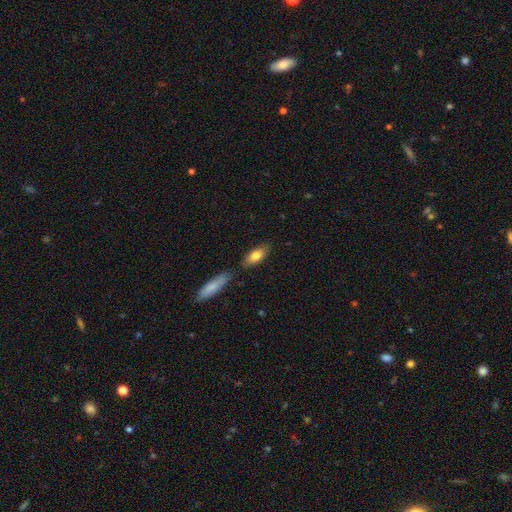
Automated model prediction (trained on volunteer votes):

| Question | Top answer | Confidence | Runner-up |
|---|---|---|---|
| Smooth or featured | smooth | 77% | featured or disk (17%) |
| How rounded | in between | 72% | cigar-shaped (26%) |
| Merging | none | 72% | minor disturbance (14%) |